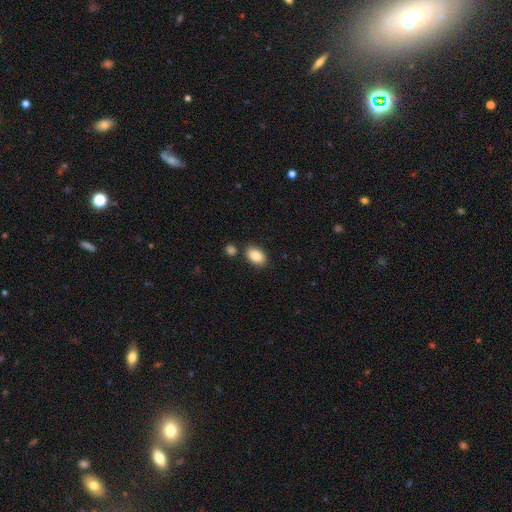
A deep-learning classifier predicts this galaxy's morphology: The model was most divided on "merging": none: 82%, minor disturbance: 10%, merger: 6%, major disturbance: 2%. More confident: how rounded — in between (91%); smooth or featured — smooth (86%).